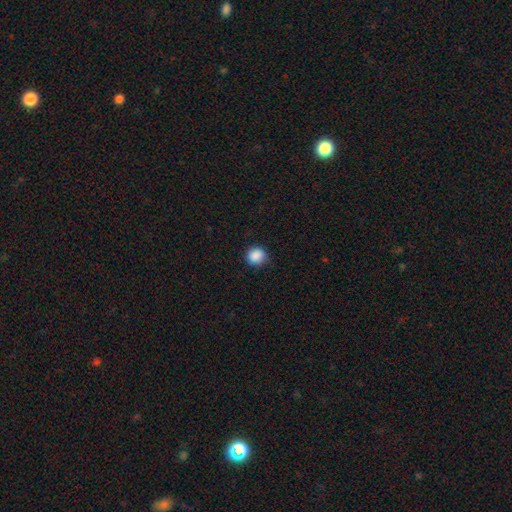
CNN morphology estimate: smooth-or-featured: smooth: 88% | star or artifact: 9% | featured or disk: 3%
  how-rounded: round: 85% | in between: 14% | cigar-shaped: 1%
  merging: none: 86% | minor disturbance: 11% | major disturbance: 2% | merger: 1%